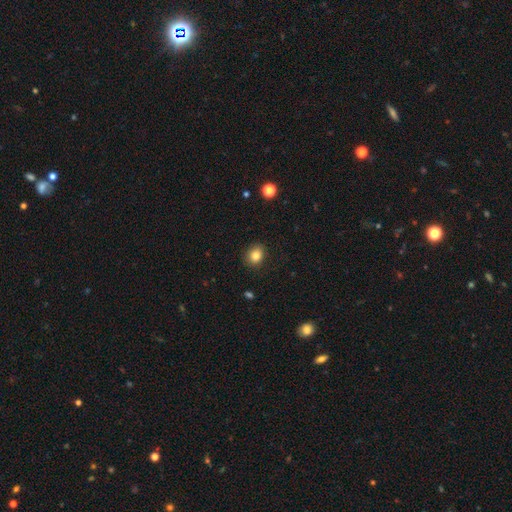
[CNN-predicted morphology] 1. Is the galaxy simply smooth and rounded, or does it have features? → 83% smooth, 10% star or artifact, 7% featured or disk.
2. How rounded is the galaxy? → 60% round, 39% in between, 1% cigar-shaped.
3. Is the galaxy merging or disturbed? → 88% none, 9% minor disturbance, 2% major disturbance, 1% merger.